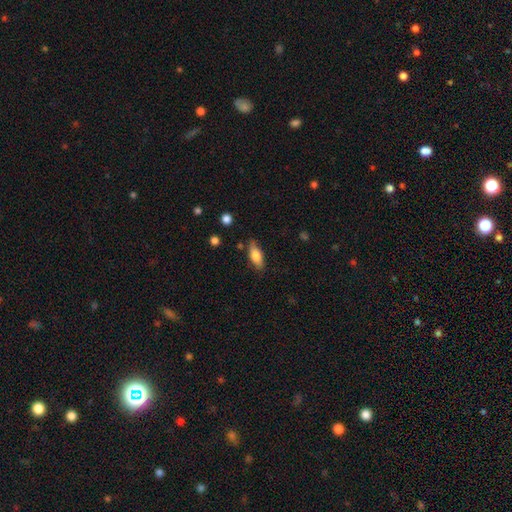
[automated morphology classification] A smooth galaxy with no disk features (72%) that is in between round and cigar-shaped (75%). Merging: none (80%).